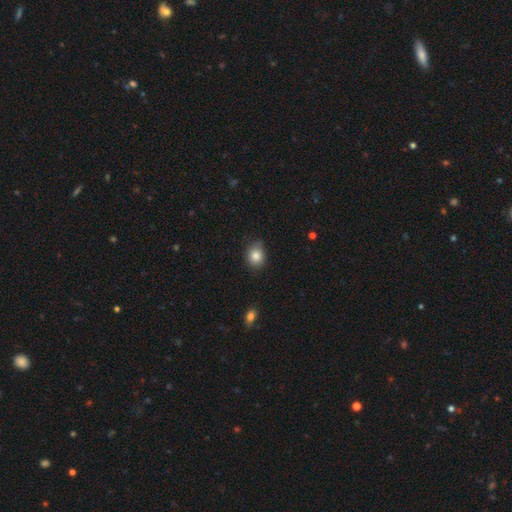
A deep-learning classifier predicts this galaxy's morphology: A smooth galaxy with no disk features (84%) that is round (60%). Merging: none (74%).